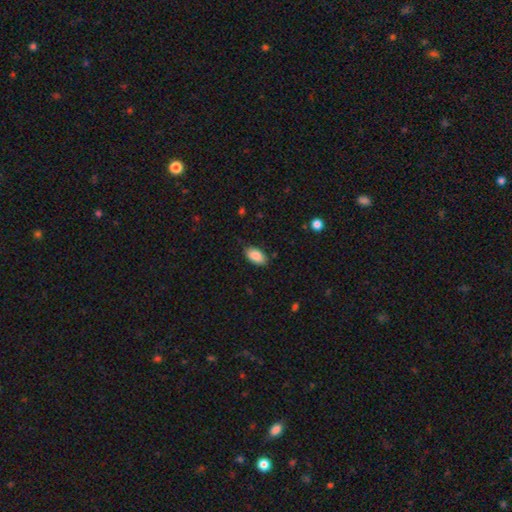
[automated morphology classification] smooth_or_featured: smooth (p=0.88) [alt: star or artifact p=0.07]
how_rounded: in between (p=0.94) [alt: round p=0.03]
merging: none (p=0.82) [alt: minor disturbance p=0.14]